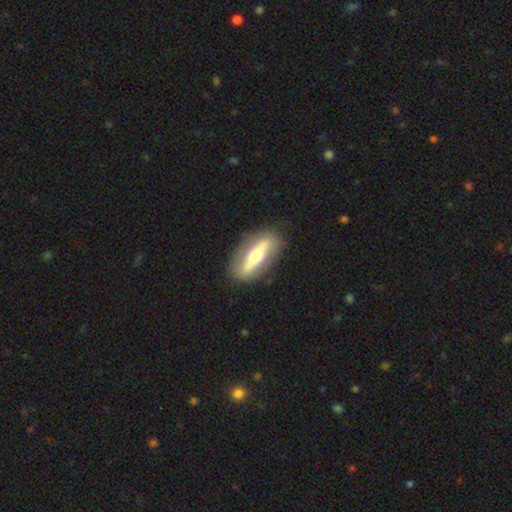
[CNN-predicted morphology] Smooth or featured? Predicted: featured or disk (p=0.56). Edge-on disk? Predicted: yes (p=0.50, tied with no). Merging? Predicted: none (p=0.84).